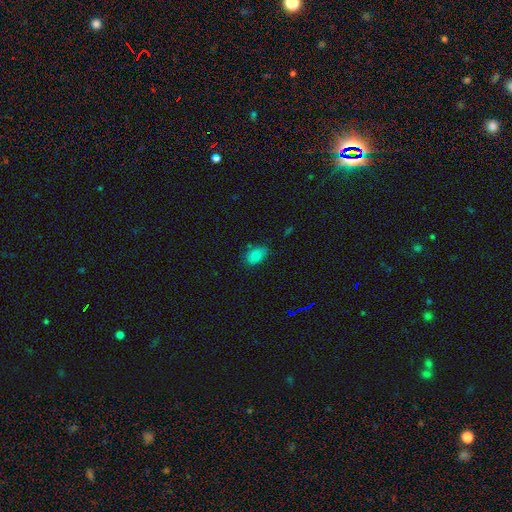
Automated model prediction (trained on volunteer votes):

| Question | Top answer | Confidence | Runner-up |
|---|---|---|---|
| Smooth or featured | smooth | 83% | star or artifact (12%) |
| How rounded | in between | 85% | round (13%) |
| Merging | none | 71% | minor disturbance (22%) |